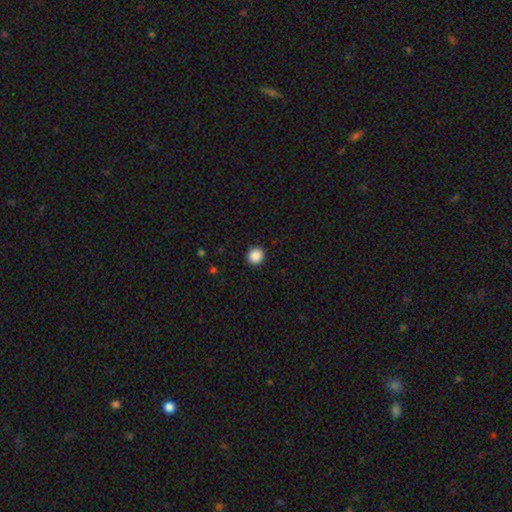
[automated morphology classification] smooth-or-featured: smooth: 88% | star or artifact: 9% | featured or disk: 3%
  how-rounded: round: 93% | in between: 7% | cigar-shaped: 1%
  merging: none: 93% | minor disturbance: 5% | major disturbance: 2% | merger: 1%